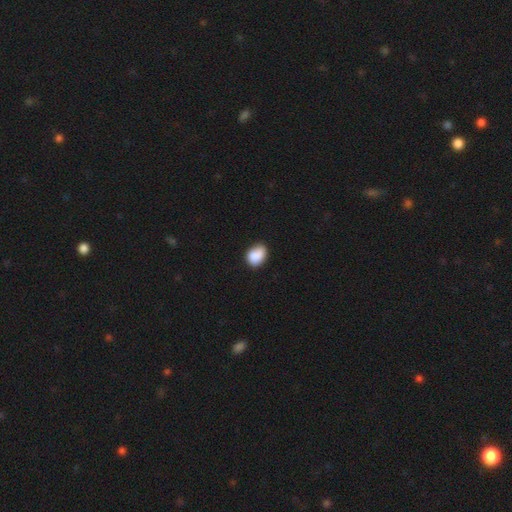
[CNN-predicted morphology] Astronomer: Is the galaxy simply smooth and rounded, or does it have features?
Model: smooth — 85%.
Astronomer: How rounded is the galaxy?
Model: in between — 73%.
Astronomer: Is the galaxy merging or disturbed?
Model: none — 59%.